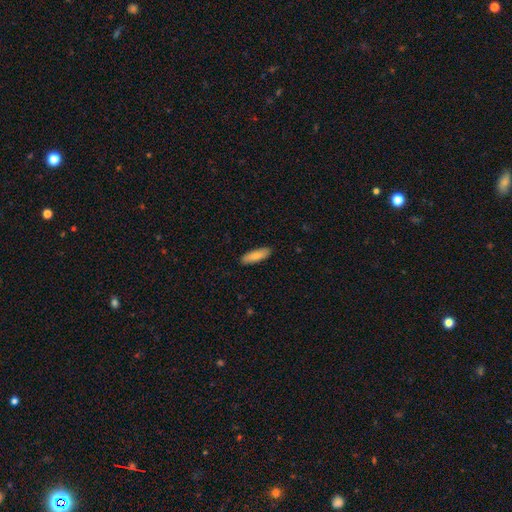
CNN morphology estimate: A smooth galaxy with no disk features (83%) that is in between round and cigar-shaped (51%).

Vote fractions:
- Smooth or featured? smooth: 83% / featured or disk: 11% / star or artifact: 6%
- How rounded? in between: 51% / cigar-shaped: 47% / round: 2%
- Merging? none: 89% / minor disturbance: 8% / major disturbance: 2% / merger: 1%